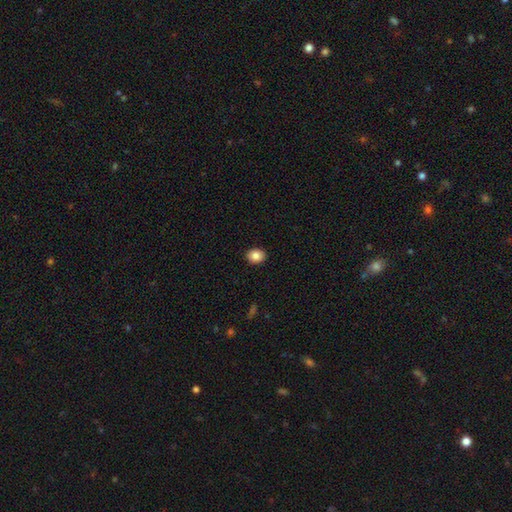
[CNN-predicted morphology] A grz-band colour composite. It shows a smooth galaxy with no disk features (86%) that is round (53%). Merging: none (91%).